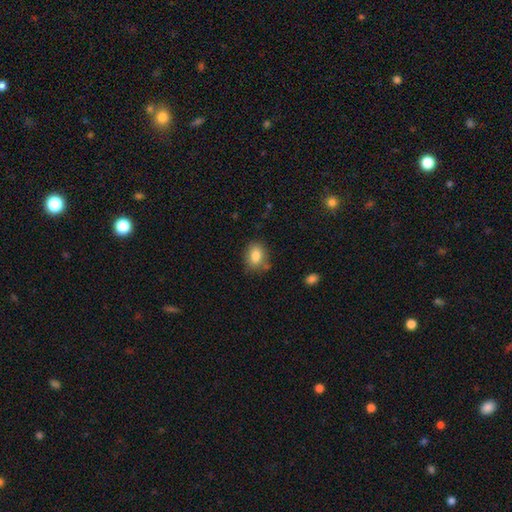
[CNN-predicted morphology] Q: Smooth or featured?
A: smooth (83%); runner-up: star or artifact (9%)
Q: How rounded?
A: in between (66%); runner-up: round (33%)
Q: Merging?
A: none (75%); runner-up: minor disturbance (16%)